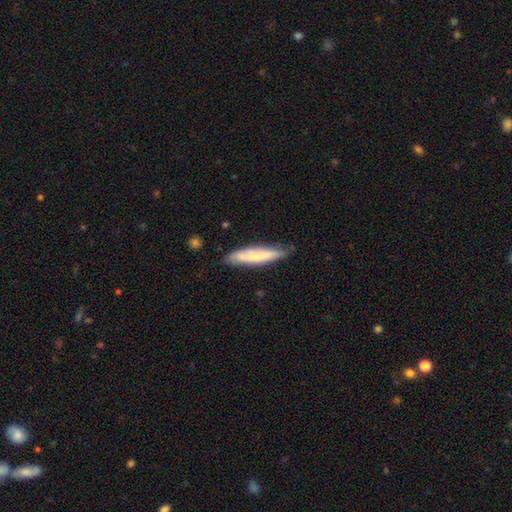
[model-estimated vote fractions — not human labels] A smooth galaxy with no disk features (62%) that is cigar-shaped (86%).

Vote fractions:
- Smooth or featured? smooth: 62% / featured or disk: 32% / star or artifact: 6%
- How rounded? cigar-shaped: 86% / in between: 13% / round: 1%
- Merging? none: 78% / minor disturbance: 18% / major disturbance: 3% / merger: 2%